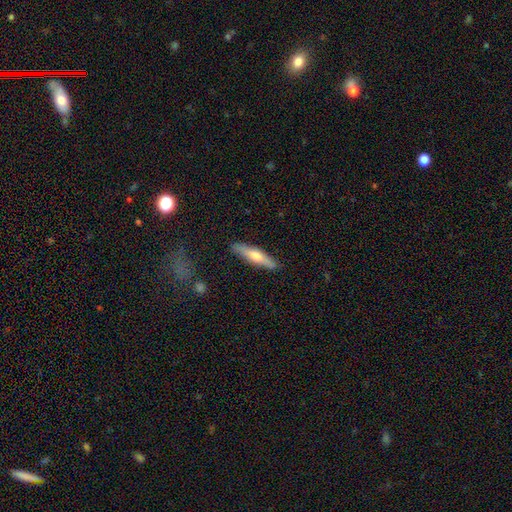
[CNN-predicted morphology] The model was most divided on "smooth or featured": smooth: 49%, featured or disk: 44%, star or artifact: 6%. More confident: merging — none (88%).